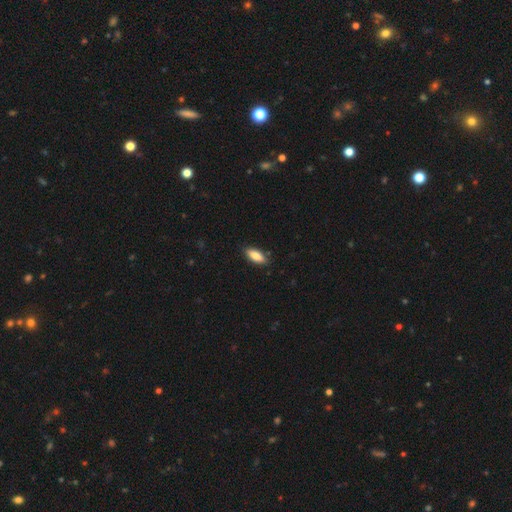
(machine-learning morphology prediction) Q: Smooth or featured?
A: smooth (82%); runner-up: featured or disk (12%)
Q: How rounded?
A: in between (72%); runner-up: cigar-shaped (26%)
Q: Merging?
A: none (85%); runner-up: minor disturbance (11%)